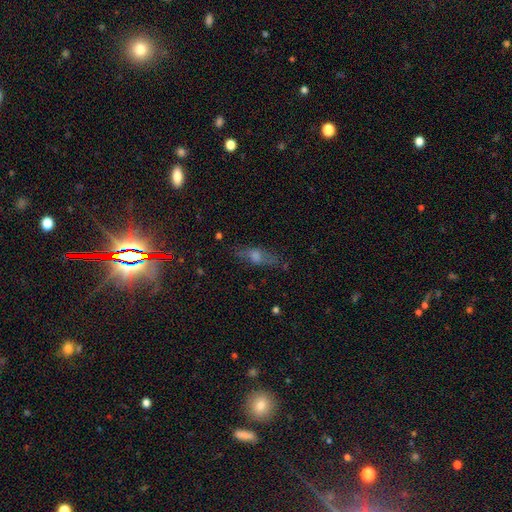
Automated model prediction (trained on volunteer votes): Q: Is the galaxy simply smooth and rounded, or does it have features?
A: featured or disk — 44%.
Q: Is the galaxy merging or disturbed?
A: none — 75%.